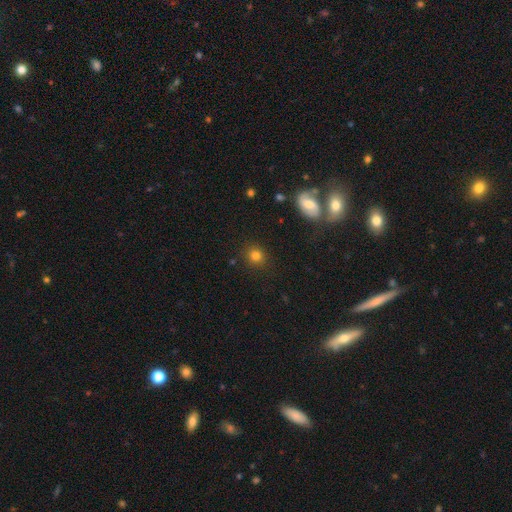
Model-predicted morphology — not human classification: Overall: smooth (80%). How rounded: round (82%). Merging: none (87%).